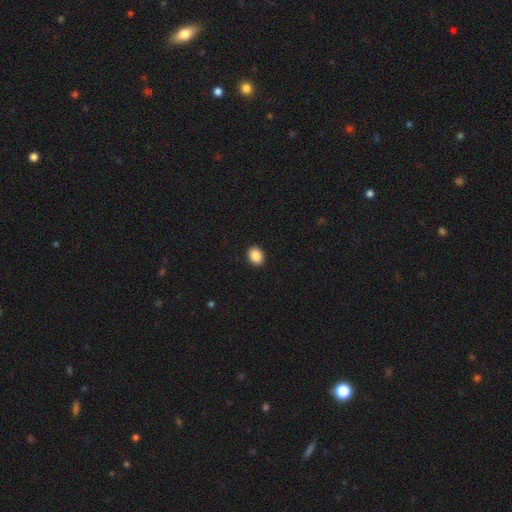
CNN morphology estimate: Smooth or featured? Predicted: smooth (p=0.89). How rounded? Predicted: in between (p=0.54). Merging? Predicted: none (p=0.92).